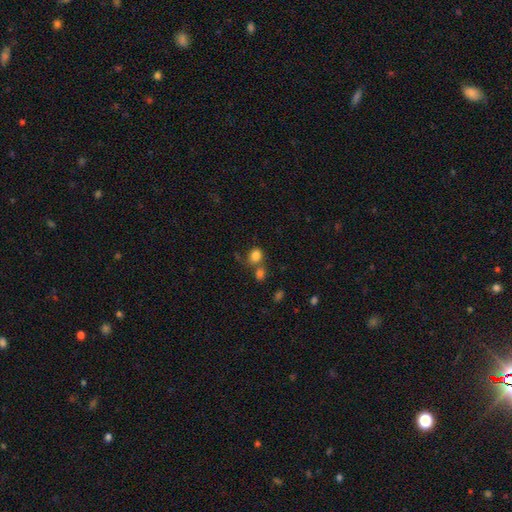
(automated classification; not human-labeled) smooth_or_featured: smooth (p=0.82) [alt: star or artifact p=0.11]
how_rounded: round (p=0.53) [alt: in between p=0.46]
merging: none (p=0.50) [alt: merger p=0.30]